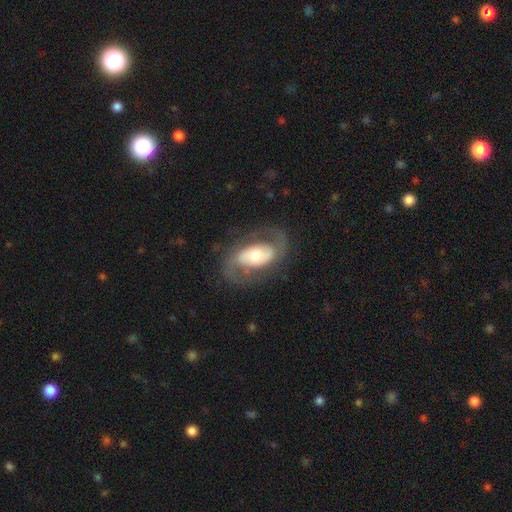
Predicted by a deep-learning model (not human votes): Overall: featured or disk (79%). Edge-on disk: no (95%). Bar: no (47%; weak 31%). Spiral arms: yes (84%). Spiral arm count: 2 (90%). Spiral winding: medium (50%; loose 30%). Bulge size: moderate (63%). Merging: none (75%).